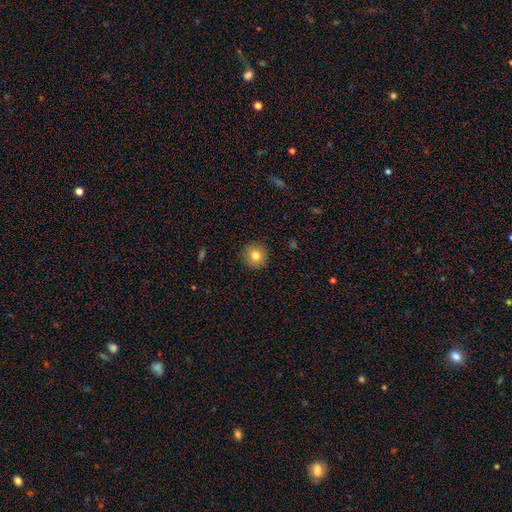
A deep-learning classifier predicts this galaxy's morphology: This is clearly a smooth galaxy (81%). How rounded: clearly round (93%). Merging: clearly none (91%).